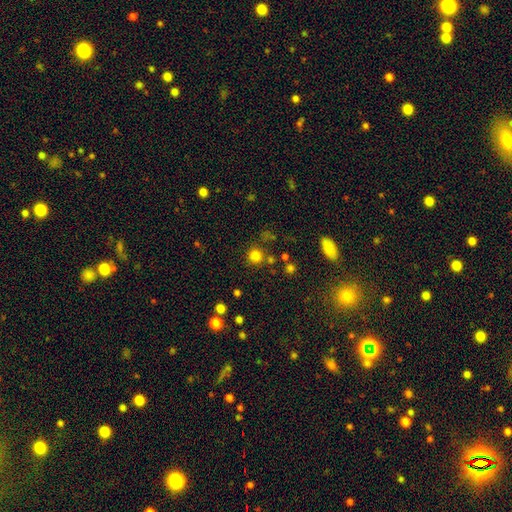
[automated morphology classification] smooth_or_featured: smooth (p=0.79) [alt: star or artifact p=0.16]
how_rounded: round (p=0.93) [alt: in between p=0.06]
merging: none (p=0.81) [alt: minor disturbance p=0.08]